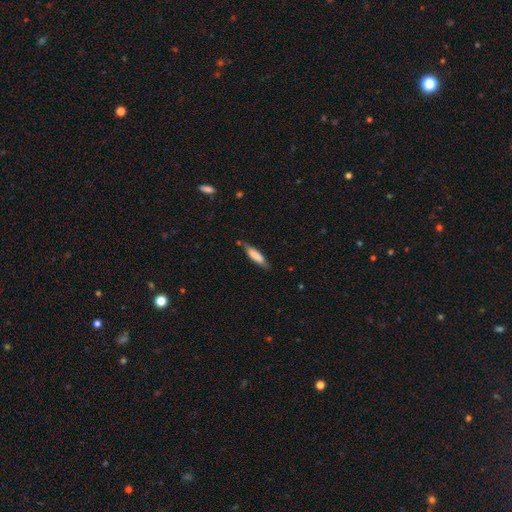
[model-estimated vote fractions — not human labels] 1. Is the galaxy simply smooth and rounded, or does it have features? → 75% smooth, 19% featured or disk, 6% star or artifact.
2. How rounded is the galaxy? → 73% cigar-shaped, 26% in between, 1% round.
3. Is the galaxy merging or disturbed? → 74% none, 19% minor disturbance, 4% major disturbance, 3% merger.